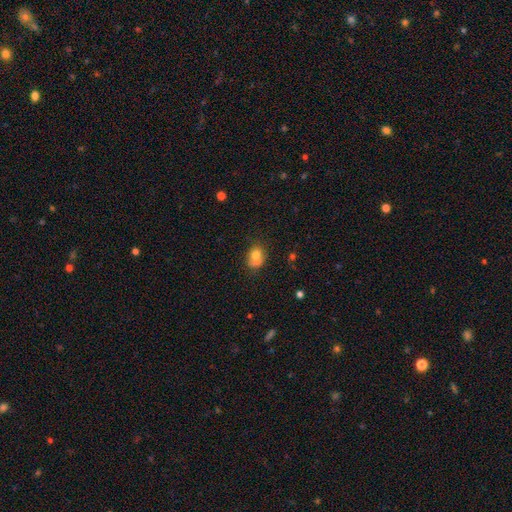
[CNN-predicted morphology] Smooth or featured? smooth (71%)
How rounded? round (55%)
Merging? merger (38%)